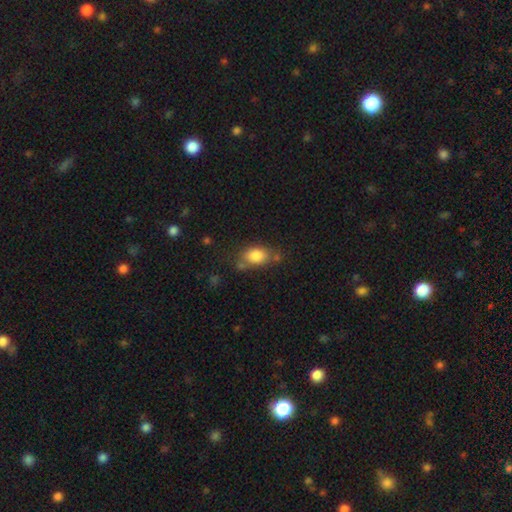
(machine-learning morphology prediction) Overall: smooth (82%). How rounded: in between (81%). Merging: none (59%; minor disturbance 23%).